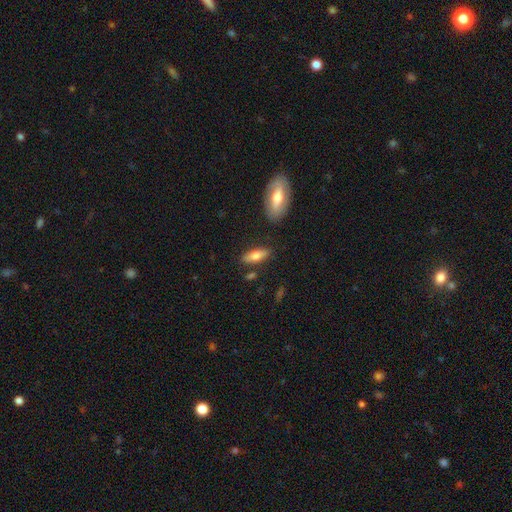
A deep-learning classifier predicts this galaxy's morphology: A smooth galaxy with no disk features (66%) that is in between round and cigar-shaped (56%). Merging: none (82%).